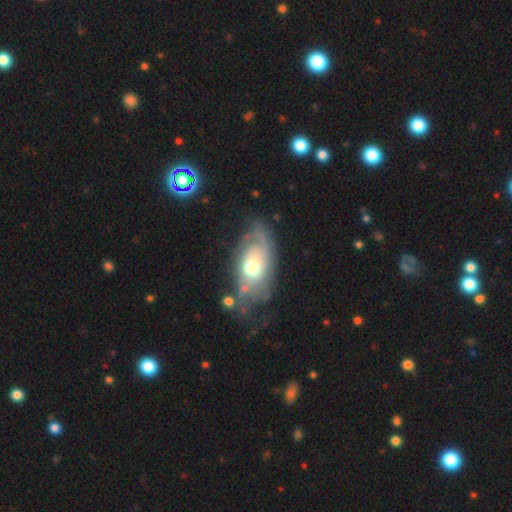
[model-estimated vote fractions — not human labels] Morphology: type=featured or disk (72%); edge-on=no (91%); bar=no (77%); spiral arms=yes (80%); winding=tight (58%); arm count=can't tell (49%); bulge=moderate (66%); merging=none (60%).